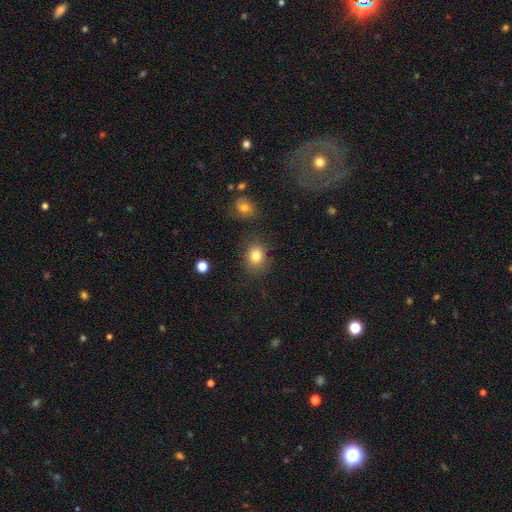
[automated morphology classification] This appears to be a smooth galaxy with no disk features (81%) that is round (58%). Merging: none (81%).